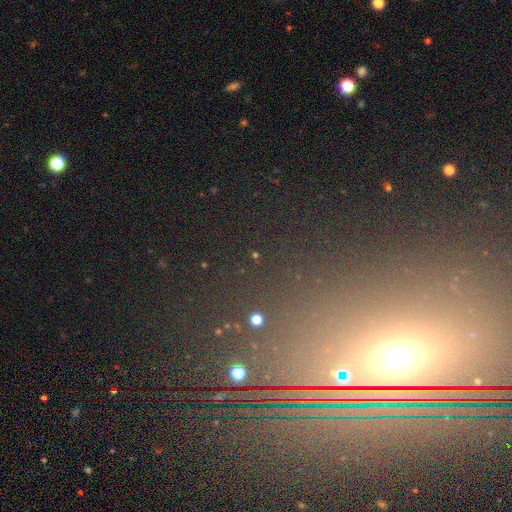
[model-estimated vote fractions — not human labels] Smooth or featured? star or artifact (65%)